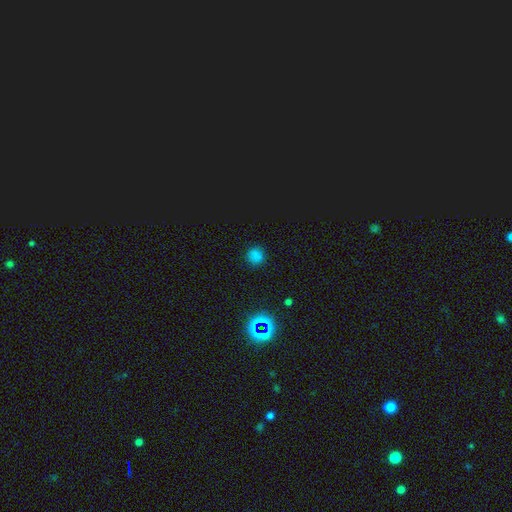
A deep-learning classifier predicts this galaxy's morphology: Smooth or featured? smooth (73%)
How rounded? round (89%)
Merging? none (87%)